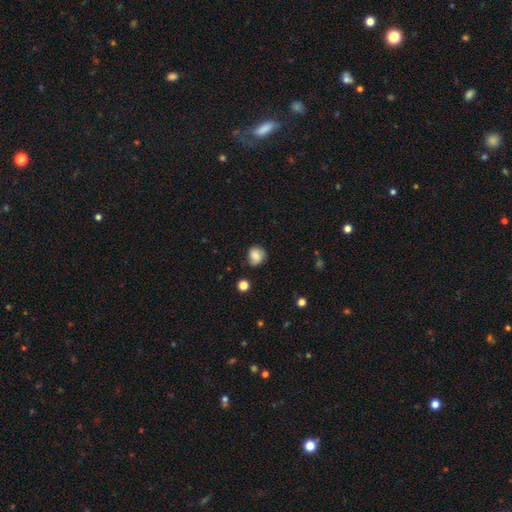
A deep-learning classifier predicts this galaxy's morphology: Smooth or featured? smooth (75%)
How rounded? round (77%)
Merging? none (68%)